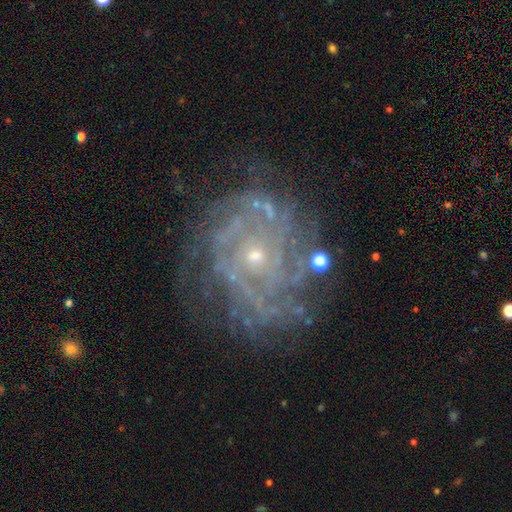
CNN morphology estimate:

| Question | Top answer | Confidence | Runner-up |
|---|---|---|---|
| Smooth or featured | featured or disk | 87% | star or artifact (8%) |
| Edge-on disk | no | 97% | yes (3%) |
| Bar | no | 79% | weak (16%) |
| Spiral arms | yes | 95% | no (5%) |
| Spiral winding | tight | 74% | medium (22%) |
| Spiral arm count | can't tell | 33% | 4 (17%) |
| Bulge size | small | 78% | moderate (18%) |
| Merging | none | 72% | minor disturbance (17%) |